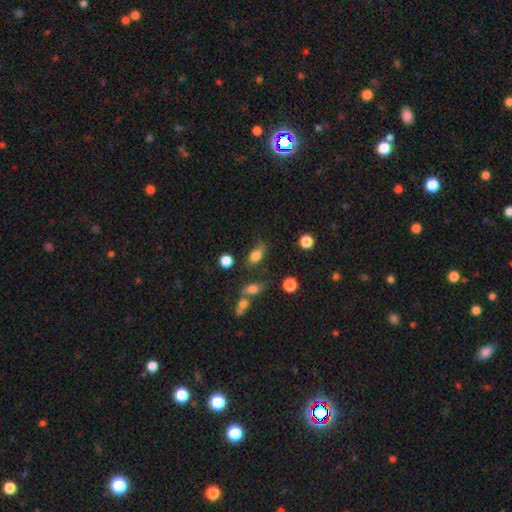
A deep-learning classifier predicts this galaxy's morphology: Smooth or featured? Predicted: smooth (p=0.80). How rounded? Predicted: in between (p=0.82). Merging? Predicted: none (p=0.68).